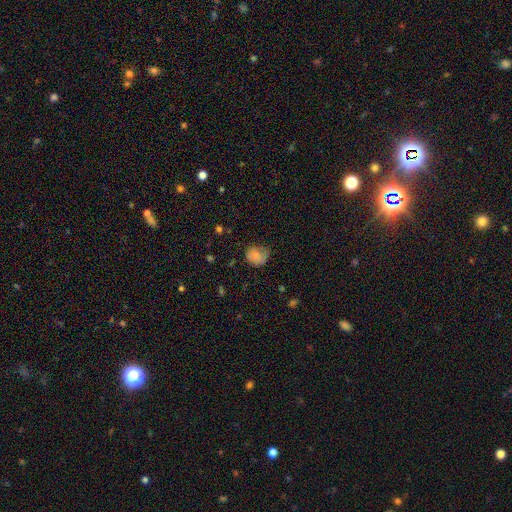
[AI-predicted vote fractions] Morphology: type=smooth (75%); roundness=round (66%); merging=none (50%).